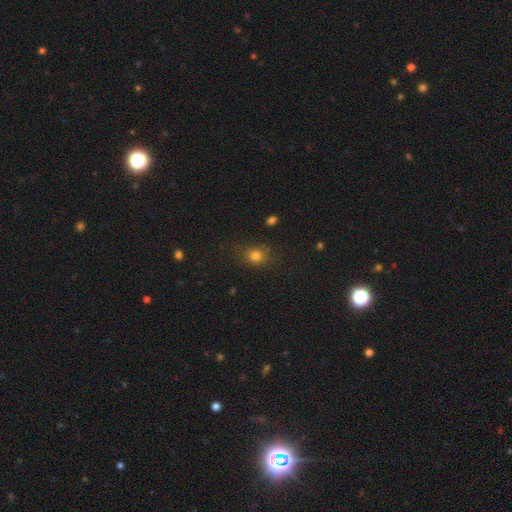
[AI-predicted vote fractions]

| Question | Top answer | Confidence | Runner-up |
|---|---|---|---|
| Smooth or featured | smooth | 79% | star or artifact (15%) |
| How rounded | round | 68% | in between (31%) |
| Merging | none | 77% | minor disturbance (15%) |